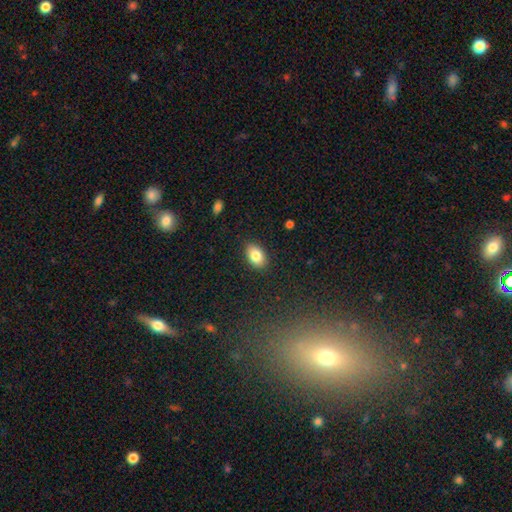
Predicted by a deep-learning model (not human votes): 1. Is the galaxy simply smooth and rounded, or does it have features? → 83% smooth, 9% featured or disk, 8% star or artifact.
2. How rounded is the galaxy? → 87% in between, 11% round, 1% cigar-shaped.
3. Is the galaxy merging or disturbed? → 88% none, 9% minor disturbance, 2% major disturbance, 1% merger.